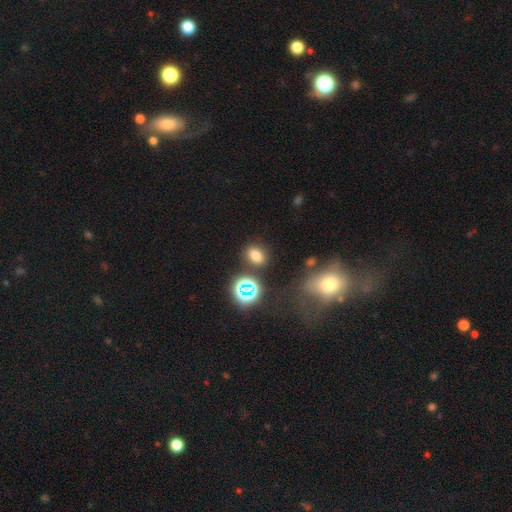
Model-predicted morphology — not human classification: Q: Smooth or featured?
A: smooth (71%); runner-up: star or artifact (22%)
Q: How rounded?
A: in between (66%); runner-up: round (32%)
Q: Merging?
A: none (81%); runner-up: minor disturbance (10%)